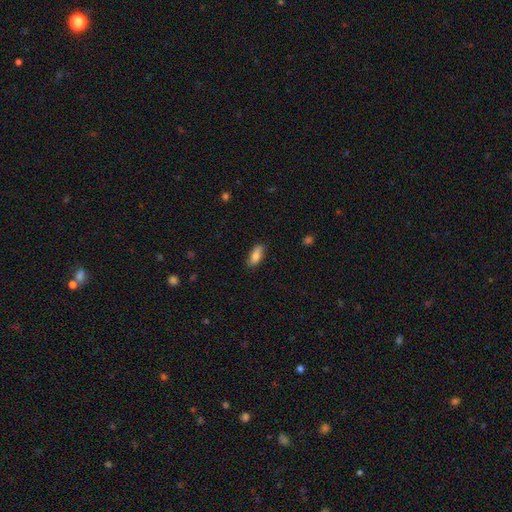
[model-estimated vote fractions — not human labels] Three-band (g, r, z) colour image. It shows a smooth galaxy with no disk features (80%) that is in between round and cigar-shaped (80%). Merging: none (79%).